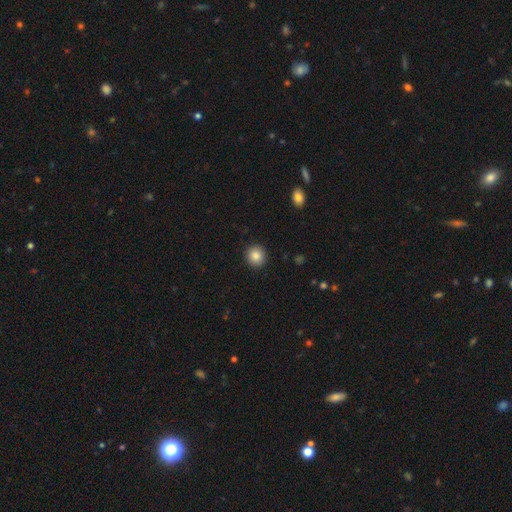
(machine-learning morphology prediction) Q: Smooth or featured?
A: smooth (86%); runner-up: star or artifact (9%)
Q: How rounded?
A: round (92%); runner-up: in between (7%)
Q: Merging?
A: none (92%); runner-up: minor disturbance (5%)